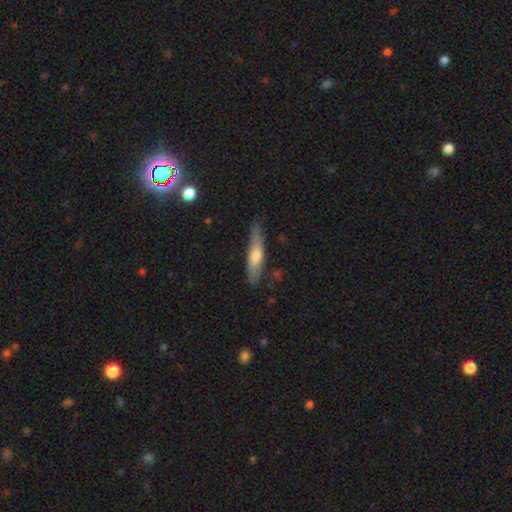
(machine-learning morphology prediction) A smooth galaxy with no disk features (54%) that is cigar-shaped (80%). Merging: none (76%).